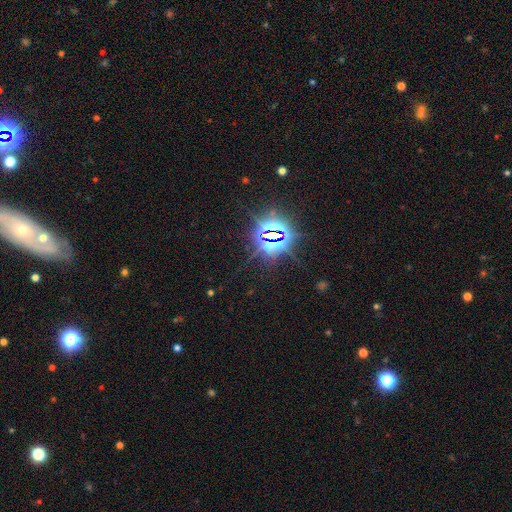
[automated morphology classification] Smooth or featured? star or artifact (71%)